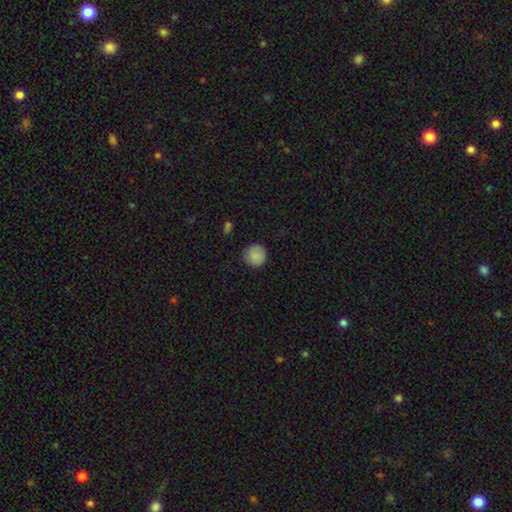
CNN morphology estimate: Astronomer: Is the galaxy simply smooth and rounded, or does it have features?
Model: smooth — 88%.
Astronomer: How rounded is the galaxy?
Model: round — 94%.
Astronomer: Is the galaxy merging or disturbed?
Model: none — 87%.